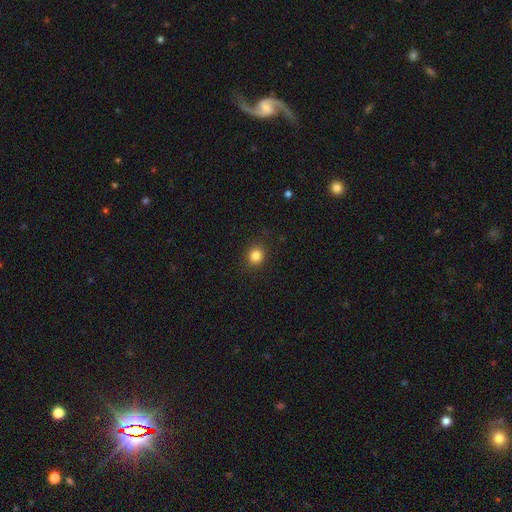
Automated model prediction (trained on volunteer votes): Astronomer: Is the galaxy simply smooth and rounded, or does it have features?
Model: smooth — 84%.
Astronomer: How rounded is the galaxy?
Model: round — 81%.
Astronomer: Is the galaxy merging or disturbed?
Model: none — 90%.